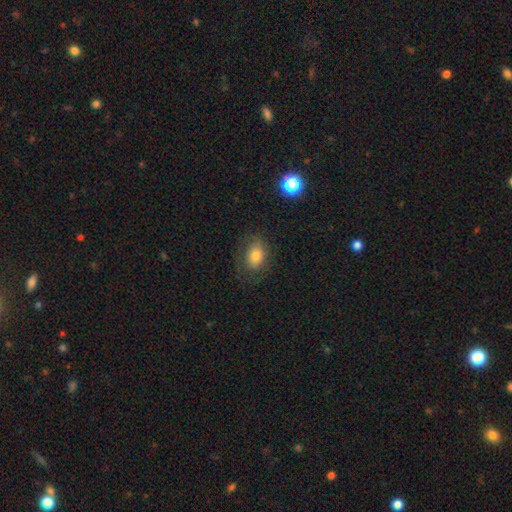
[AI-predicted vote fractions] smooth-or-featured: smooth: 74% | featured or disk: 15% | star or artifact: 11%
  how-rounded: in between: 69% | round: 30% | cigar-shaped: 1%
  merging: none: 69% | minor disturbance: 19% | major disturbance: 11% | merger: 1%